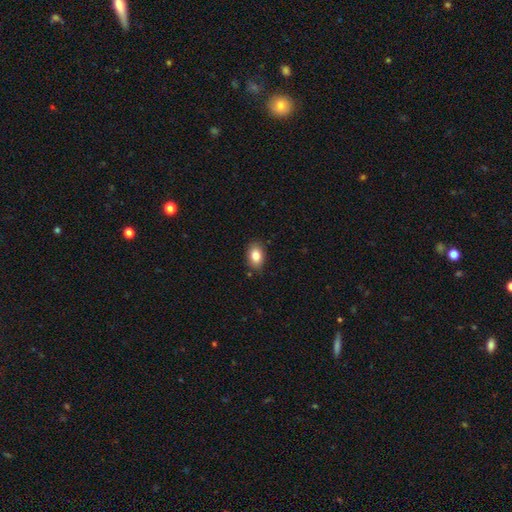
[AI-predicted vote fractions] A smooth galaxy with no disk features (84%) that is in between round and cigar-shaped (83%). Merging: none (85%).